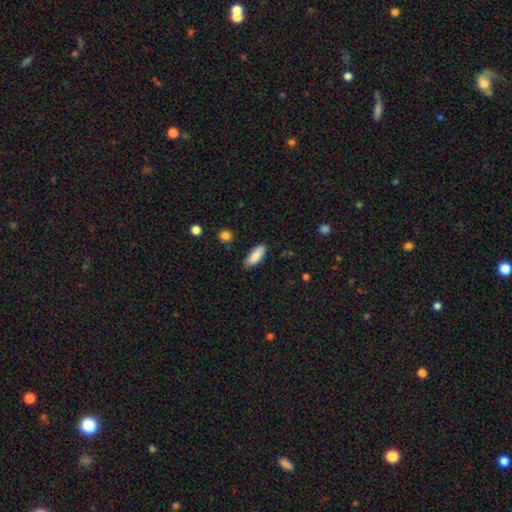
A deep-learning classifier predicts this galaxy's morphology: type=smooth (88%); roundness=in between (75%); merging=none (83%).